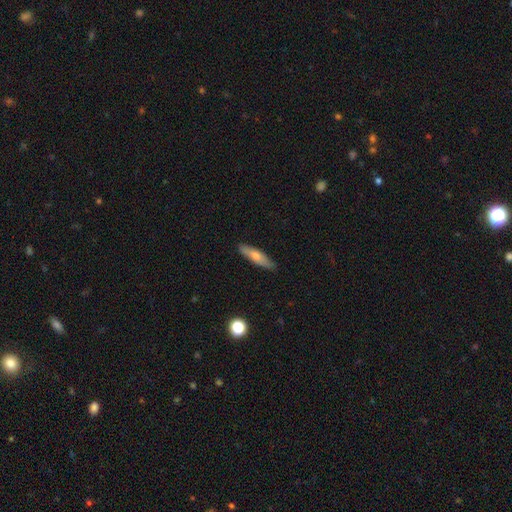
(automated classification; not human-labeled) A smooth galaxy with no disk features (60%) that is cigar-shaped (72%).

Vote fractions:
- Smooth or featured? smooth: 60% / featured or disk: 34% / star or artifact: 7%
- How rounded? cigar-shaped: 72% / in between: 26% / round: 2%
- Merging? none: 87% / minor disturbance: 10% / major disturbance: 2% / merger: 1%